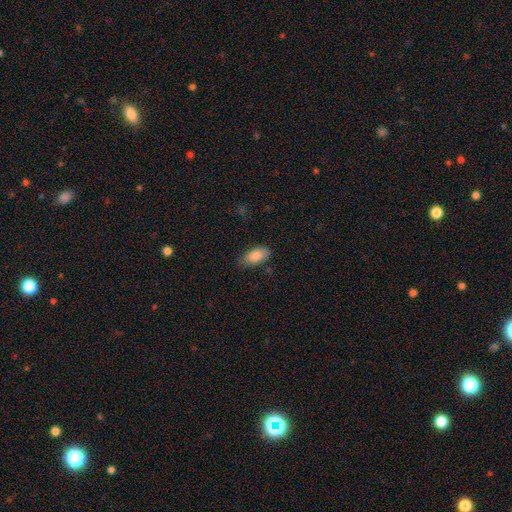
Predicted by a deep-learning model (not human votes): Morphology: type=smooth (87%); roundness=in between (92%); merging=none (74%).